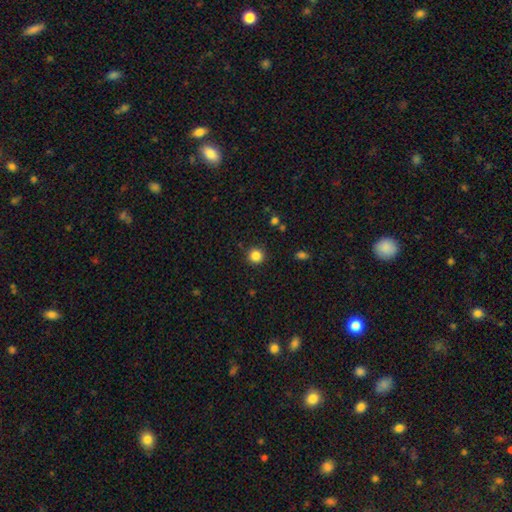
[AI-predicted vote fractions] The model was most divided on "smooth or featured": smooth: 85%, star or artifact: 11%, featured or disk: 4%. More confident: how rounded — round (94%); merging — none (90%).